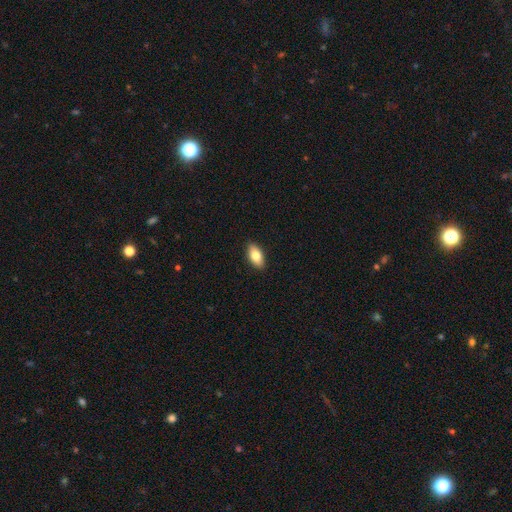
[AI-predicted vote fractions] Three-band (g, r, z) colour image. It shows a smooth galaxy with no disk features (81%) that is in between round and cigar-shaped (92%). Merging: none (90%).